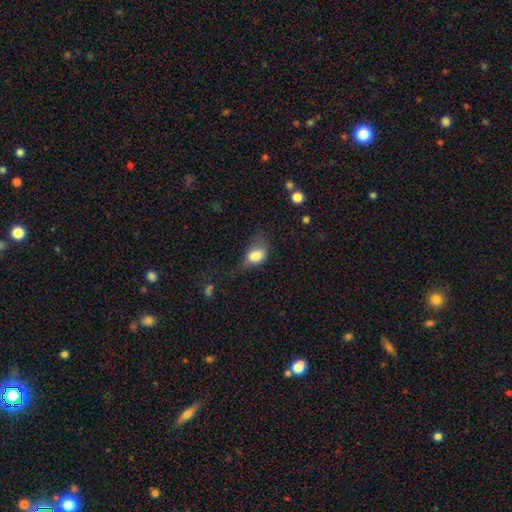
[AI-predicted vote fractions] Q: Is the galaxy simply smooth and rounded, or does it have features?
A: smooth — 78%.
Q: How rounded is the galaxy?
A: in between — 75%.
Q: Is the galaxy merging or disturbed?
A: major disturbance — 34%, tied with minor disturbance.